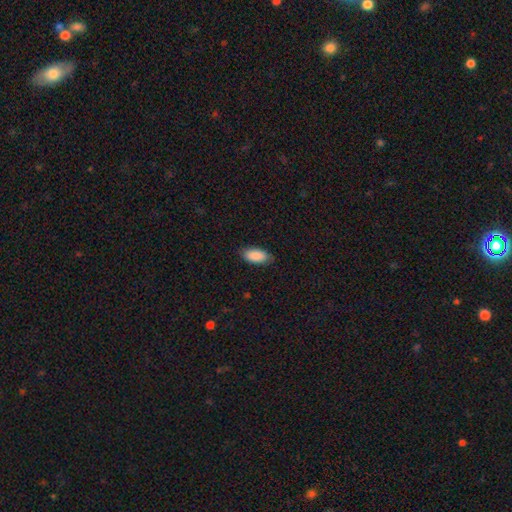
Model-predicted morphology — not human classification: smooth-or-featured: smooth: 89% | star or artifact: 6% | featured or disk: 5%
  how-rounded: in between: 92% | cigar-shaped: 6% | round: 2%
  merging: none: 83% | minor disturbance: 14% | major disturbance: 3% | merger: 1%